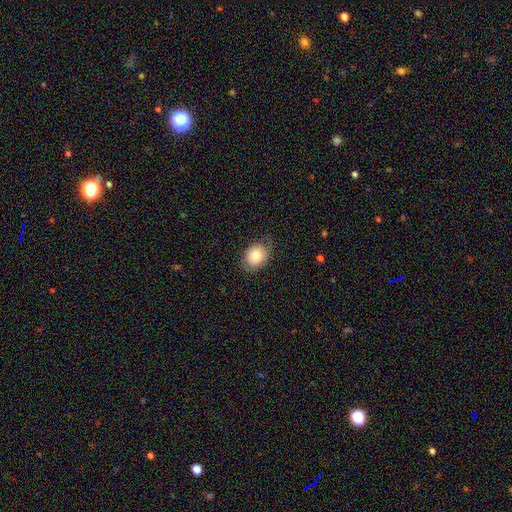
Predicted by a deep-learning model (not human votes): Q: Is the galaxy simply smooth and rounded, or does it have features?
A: smooth — 81%.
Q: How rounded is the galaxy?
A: in between — 62%.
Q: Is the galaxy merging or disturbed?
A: none — 76%.